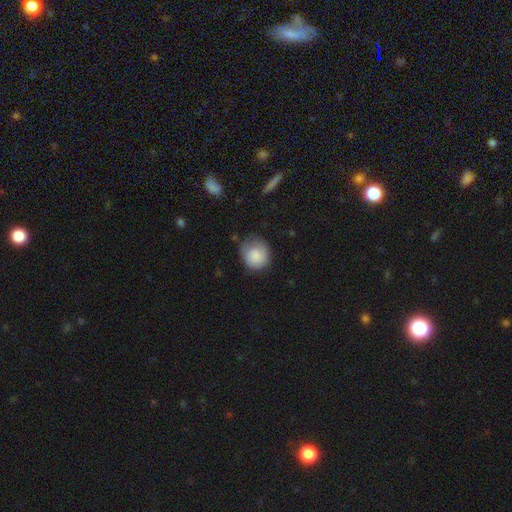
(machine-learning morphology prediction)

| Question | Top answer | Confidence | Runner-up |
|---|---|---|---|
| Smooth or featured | smooth | 83% | featured or disk (10%) |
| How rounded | round | 83% | in between (17%) |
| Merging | none | 62% | minor disturbance (28%) |